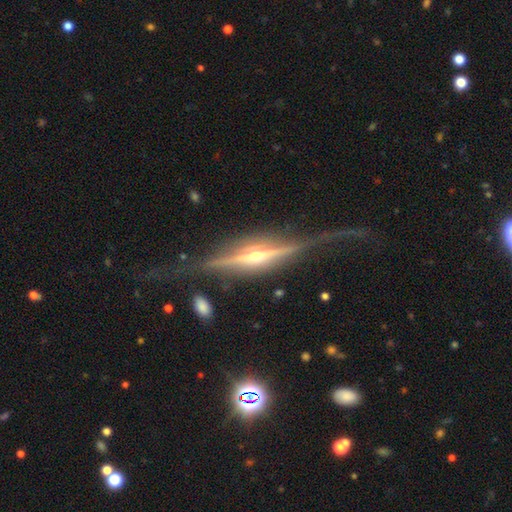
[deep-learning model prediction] A featured or disk galaxy (89%) viewed edge-on (96%) with a rounded central bulge (91%). Merging: none (71%).